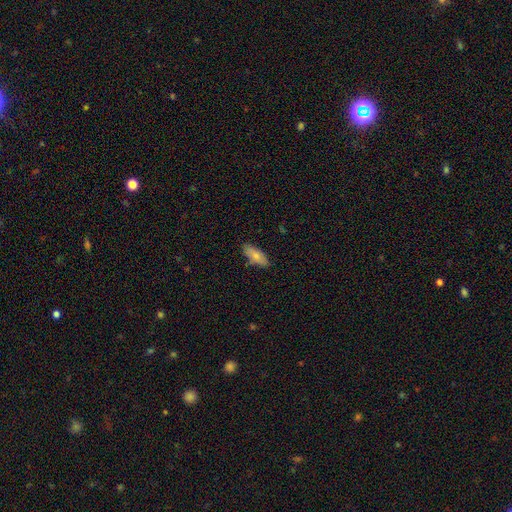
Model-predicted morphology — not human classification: A smooth galaxy with no disk features (78%) that is in between round and cigar-shaped (77%). Merging: none (82%).